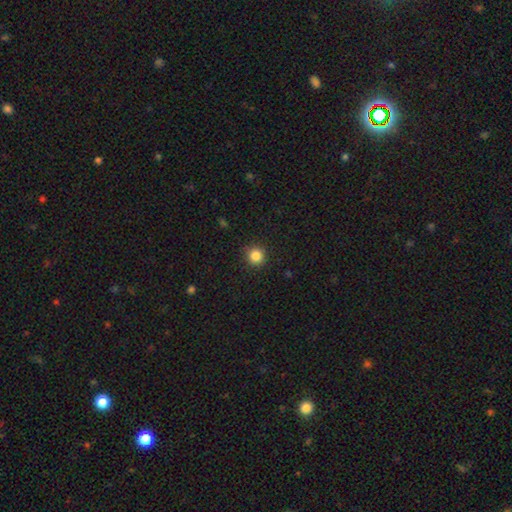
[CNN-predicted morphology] A smooth galaxy with no disk features (86%) that is round (93%). Merging: none (91%).